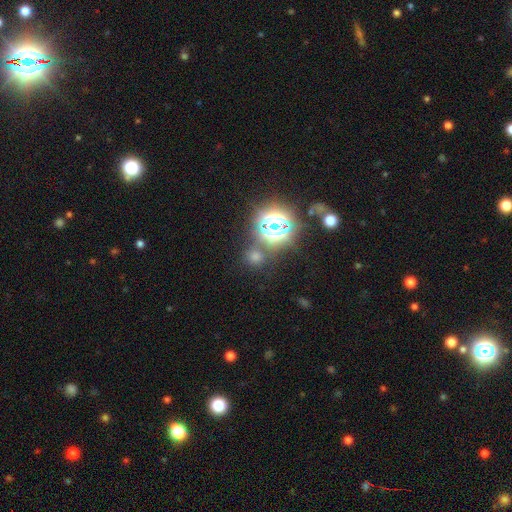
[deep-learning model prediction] Morphology: type=star or artifact (49%).